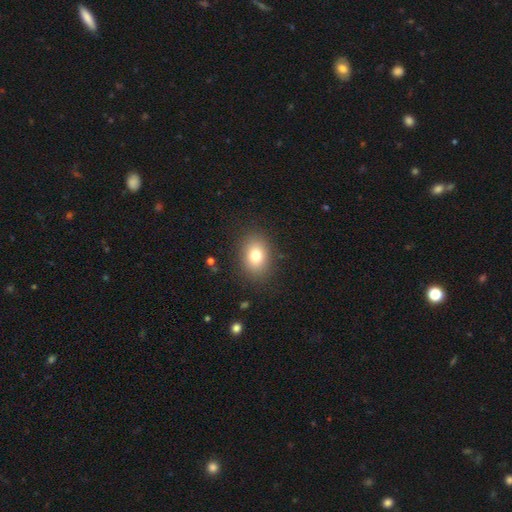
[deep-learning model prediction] A smooth galaxy with no disk features (78%) that is in between round and cigar-shaped (68%).

Vote fractions:
- Smooth or featured? smooth: 78% / featured or disk: 11% / star or artifact: 11%
- How rounded? in between: 68% / round: 31% / cigar-shaped: 1%
- Merging? none: 87% / minor disturbance: 9% / major disturbance: 3% / merger: 1%